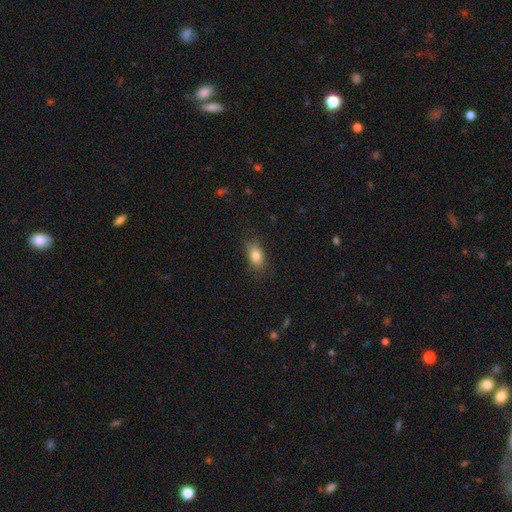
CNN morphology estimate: This appears to be a smooth galaxy with no disk features (82%) that is in between round and cigar-shaped (84%). Merging: none (77%).